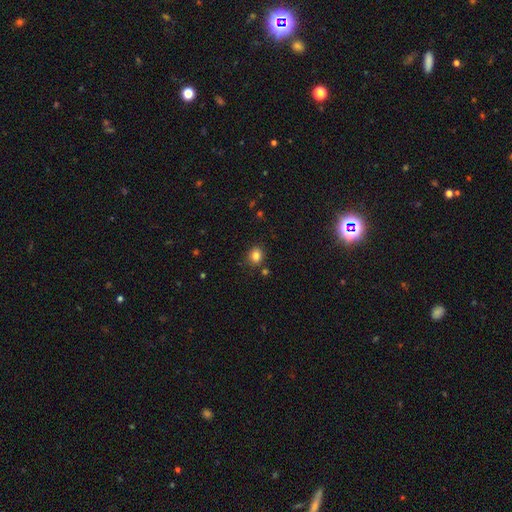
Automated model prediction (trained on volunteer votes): Morphology: type=smooth (81%); roundness=round (69%); merging=none (83%).